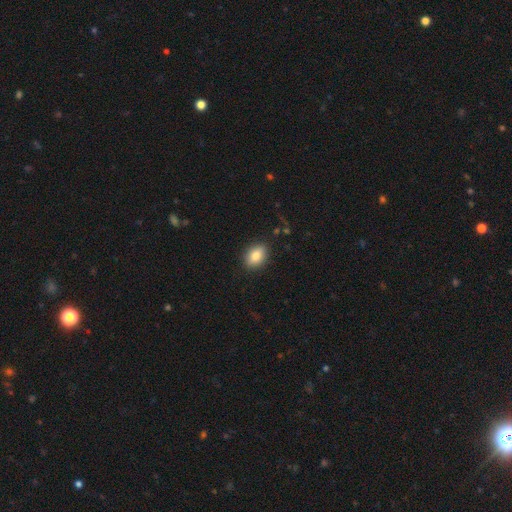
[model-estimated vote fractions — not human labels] smooth_or_featured: smooth (p=0.82) [alt: featured or disk p=0.10]
how_rounded: in between (p=0.81) [alt: round p=0.18]
merging: none (p=0.87) [alt: minor disturbance p=0.10]